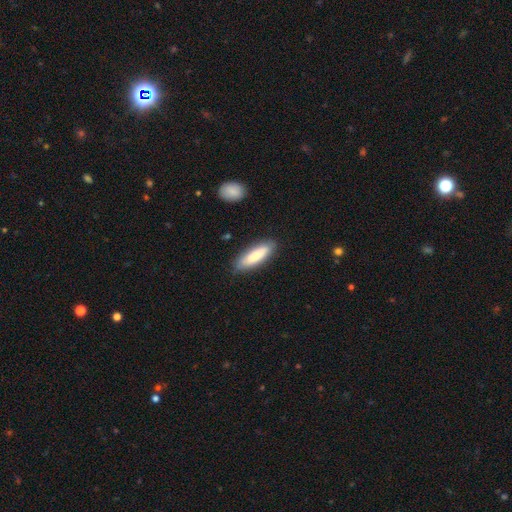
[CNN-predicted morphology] The model was most divided on "how rounded": cigar-shaped: 57%, in between: 41%, round: 1%. More confident: merging — none (82%); smooth or featured — smooth (81%).